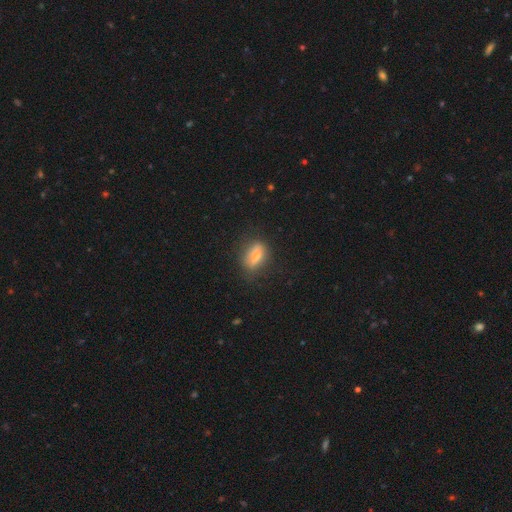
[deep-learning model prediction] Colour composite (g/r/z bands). It shows a smooth galaxy with no disk features (58%) that is in between round and cigar-shaped (72%). Merging: none (71%).